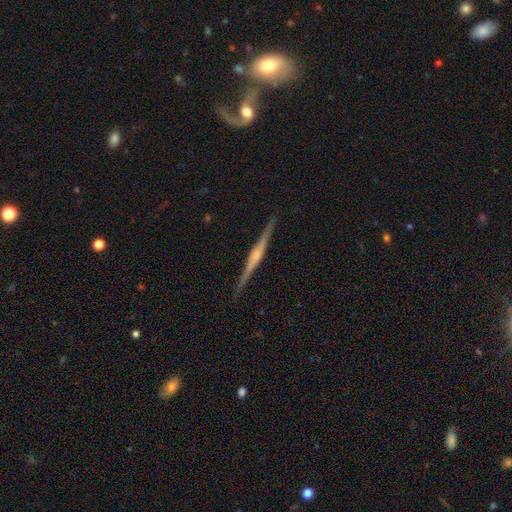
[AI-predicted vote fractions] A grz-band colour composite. It shows a featured or disk galaxy (82%) viewed edge-on (99%) with a rounded central bulge (64%). Merging: none (91%).